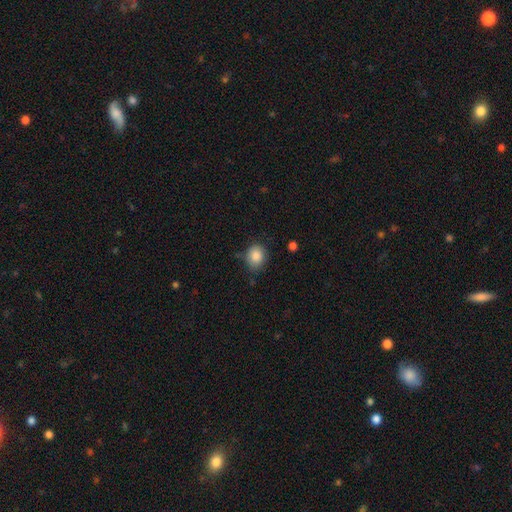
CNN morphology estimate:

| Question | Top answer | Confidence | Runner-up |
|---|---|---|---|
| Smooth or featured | smooth | 86% | star or artifact (9%) |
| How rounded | round | 57% | in between (42%) |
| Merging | none | 73% | minor disturbance (20%) |